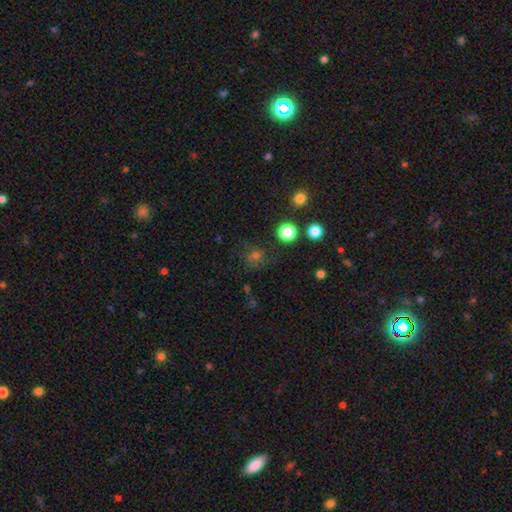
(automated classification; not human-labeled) smooth 56%, star or artifact 33%, featured or disk 11%. Down the decision tree: how rounded — round (77%); merging — none (73%).